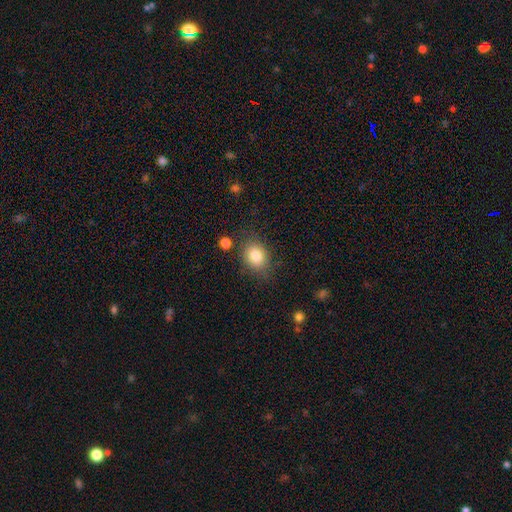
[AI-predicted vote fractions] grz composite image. It shows a smooth galaxy with no disk features (83%) that is in between round and cigar-shaped (51%). Merging: none (76%).